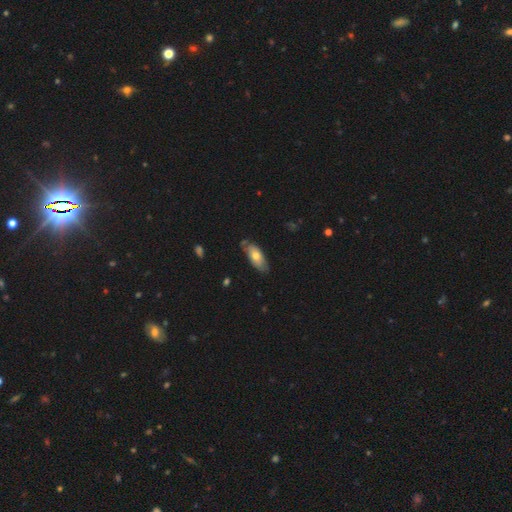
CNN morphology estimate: smooth-or-featured: smooth: 61% | featured or disk: 33% | star or artifact: 6%
  how-rounded: in between: 82% | cigar-shaped: 16% | round: 2%
  merging: none: 69% | minor disturbance: 24% | major disturbance: 4% | merger: 3%